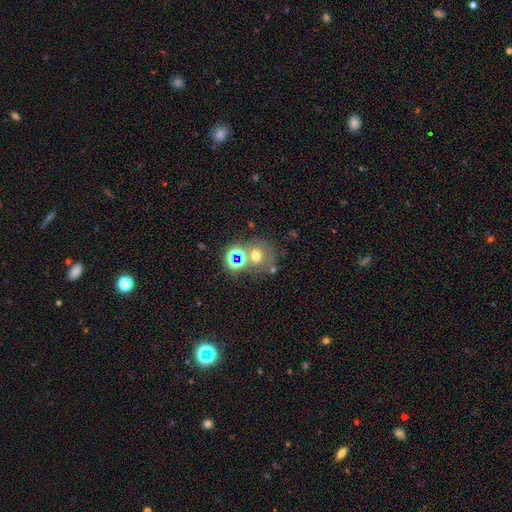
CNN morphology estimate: Smooth or featured? Predicted: smooth (p=0.49). Merging? Predicted: none (p=0.48).